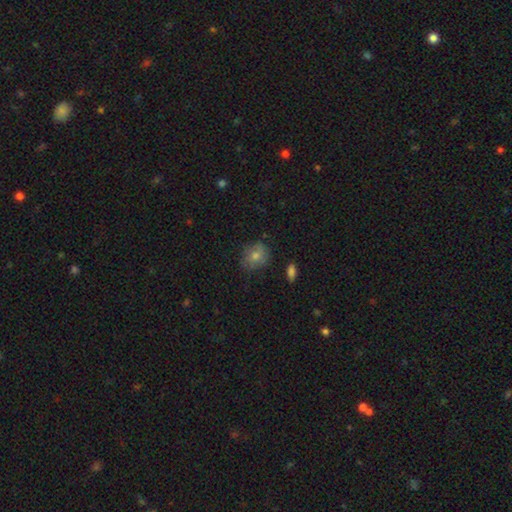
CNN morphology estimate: This appears to be a smooth galaxy with no disk features (70%) that is round (63%). Merging: none (76%).